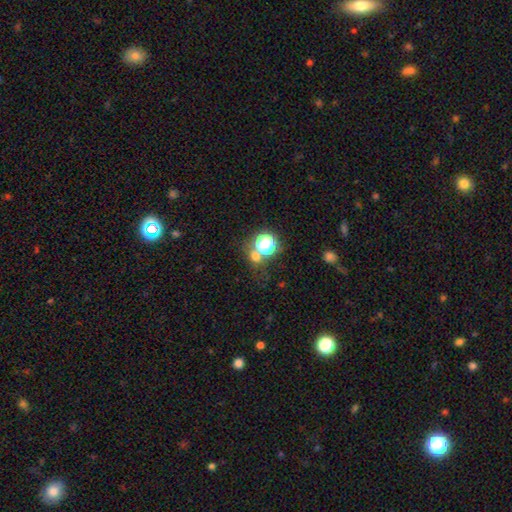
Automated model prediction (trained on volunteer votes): Smooth or featured: smooth — 58% (star or artifact — 34%)
How rounded: round — 79% (in between — 19%)
Merging: none — 61% (merger — 22%)